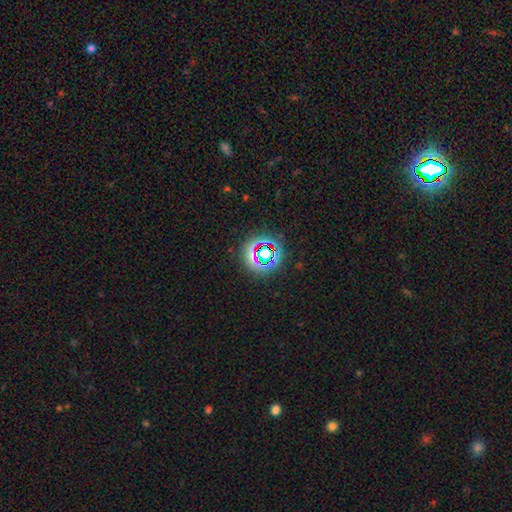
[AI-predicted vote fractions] A star or artifact, not a galaxy (65%).

Vote fractions:
- Smooth or featured? star or artifact: 65% / smooth: 24% / featured or disk: 11%